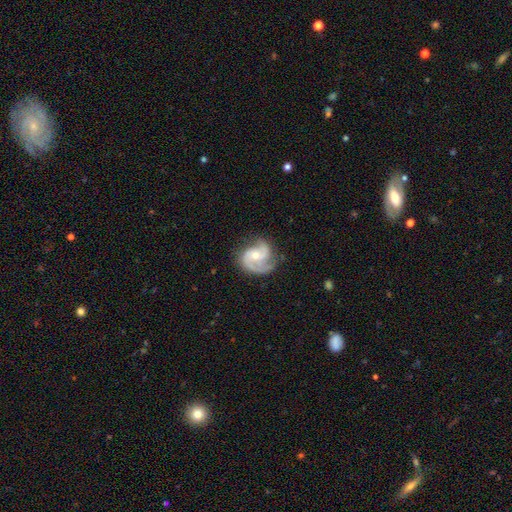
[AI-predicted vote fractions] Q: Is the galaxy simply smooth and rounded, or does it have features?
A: featured or disk — 86%.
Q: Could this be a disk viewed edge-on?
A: no — 98%.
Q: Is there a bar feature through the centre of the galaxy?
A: no — 61%.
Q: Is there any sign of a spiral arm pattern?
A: yes — 97%.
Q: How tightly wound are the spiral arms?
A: medium — 53%.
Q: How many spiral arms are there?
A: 2 — 61%.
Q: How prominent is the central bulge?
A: moderate — 48%, tied with small.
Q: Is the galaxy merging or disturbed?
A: none — 65%.